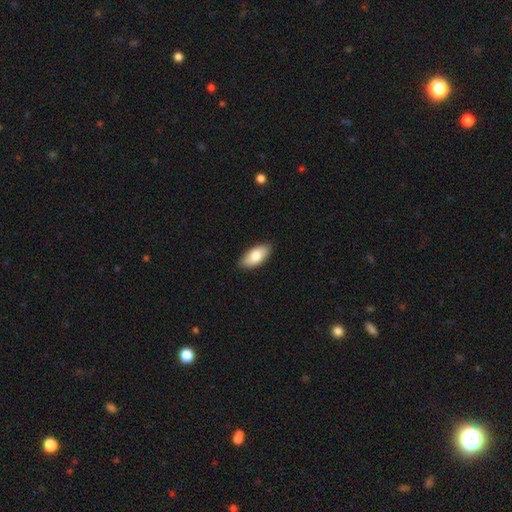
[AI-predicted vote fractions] This is clearly a smooth galaxy (82%). How rounded: clearly in between (91%). Merging: clearly none (87%).